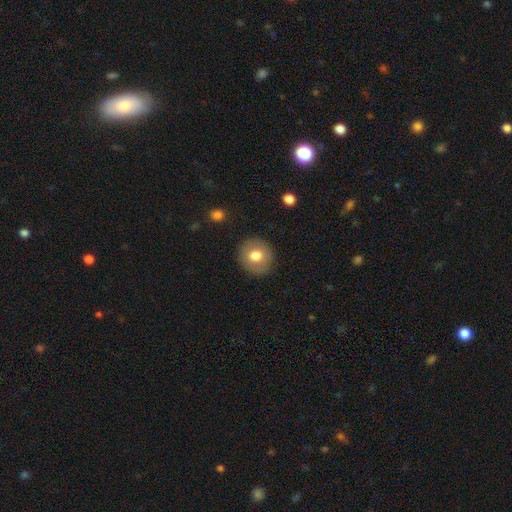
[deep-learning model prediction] The model was most divided on "smooth or featured": smooth: 74%, featured or disk: 17%, star or artifact: 8%. More confident: how rounded — round (90%); merging — none (89%).